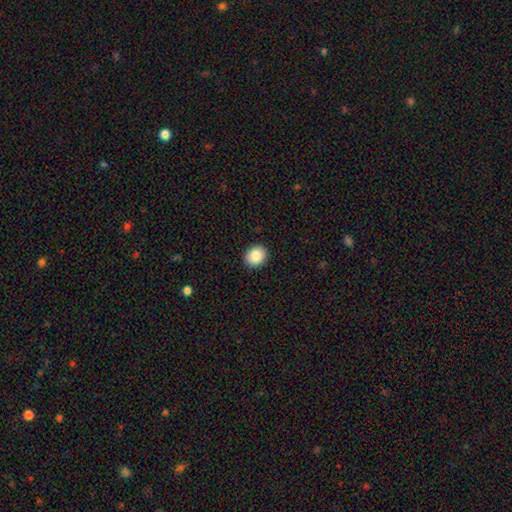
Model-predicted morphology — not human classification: Smooth or featured? Predicted: smooth (p=0.87). How rounded? Predicted: round (p=0.64). Merging? Predicted: none (p=0.92).